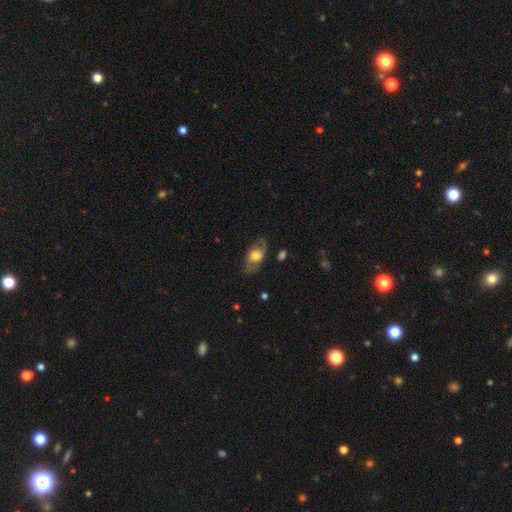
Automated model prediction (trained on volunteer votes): Morphology: type=featured or disk (53%); edge-on=no (87%); merging=none (72%).